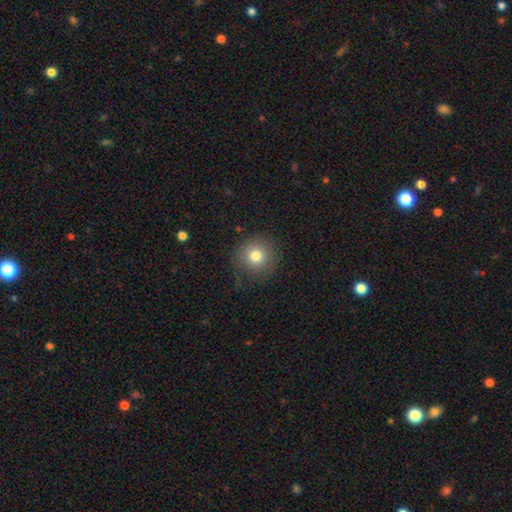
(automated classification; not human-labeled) smooth 78%, star or artifact 11%, featured or disk 11%. Down the decision tree: how rounded — round (93%); merging — none (81%).